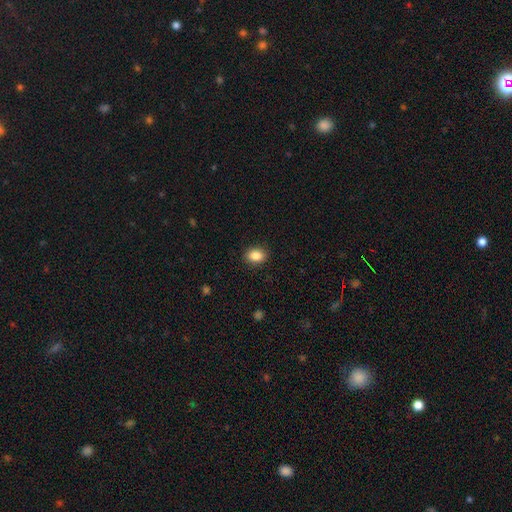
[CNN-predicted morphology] Overall: smooth (86%). How rounded: in between (68%; round 30%). Merging: none (88%).